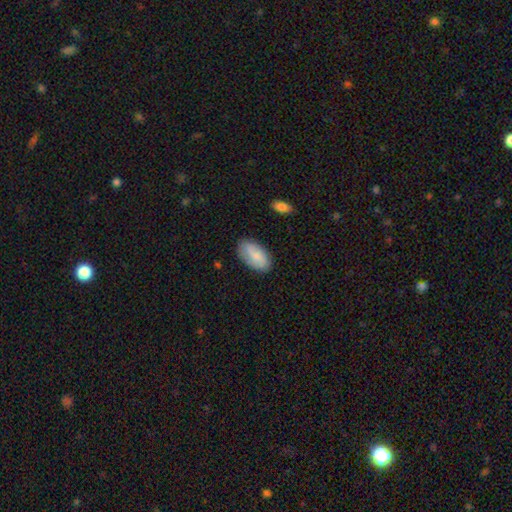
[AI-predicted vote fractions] Smooth or featured? Predicted: smooth (p=0.71). How rounded? Predicted: in between (p=0.93). Merging? Predicted: none (p=0.79).